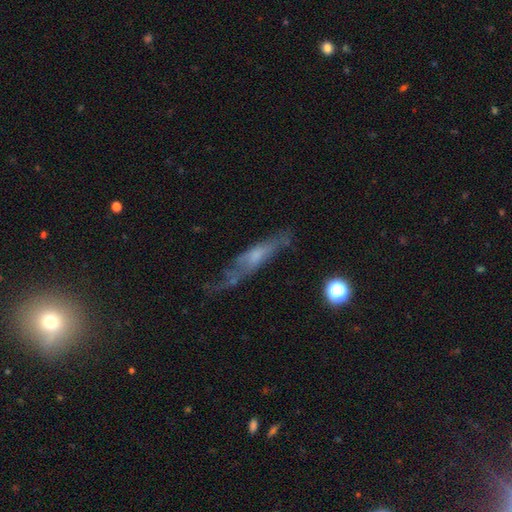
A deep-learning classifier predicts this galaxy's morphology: Smooth or featured?
  - featured or disk: 52% *
  - smooth: 38%
  - star or artifact: 10%
Edge-on disk?
  - yes: 58% *
  - no: 42%
Merging?
  - none: 45% *
  - minor disturbance: 29%
  - major disturbance: 22%
  - merger: 4%